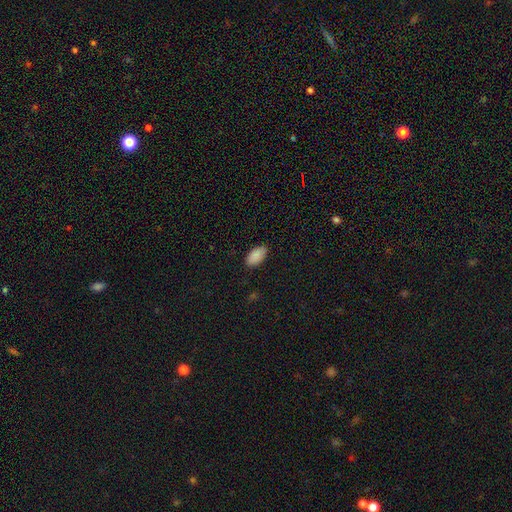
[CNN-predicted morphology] A smooth galaxy with no disk features (90%) that is in between round and cigar-shaped (95%).

Vote fractions:
- Smooth or featured? smooth: 90% / star or artifact: 7% / featured or disk: 3%
- How rounded? in between: 95% / cigar-shaped: 3% / round: 2%
- Merging? none: 86% / minor disturbance: 11% / major disturbance: 2% / merger: 1%